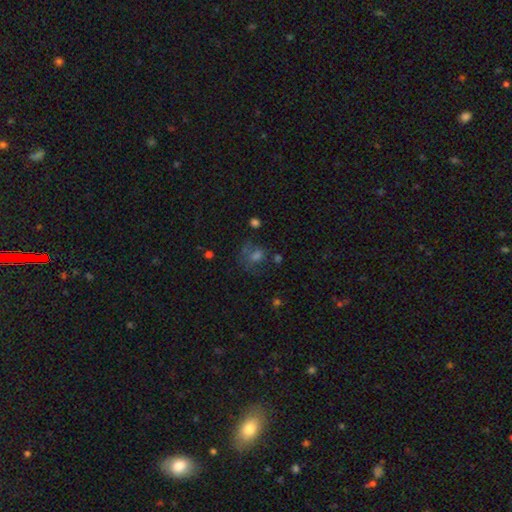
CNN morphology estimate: type=smooth (44%); merging=none (49%).